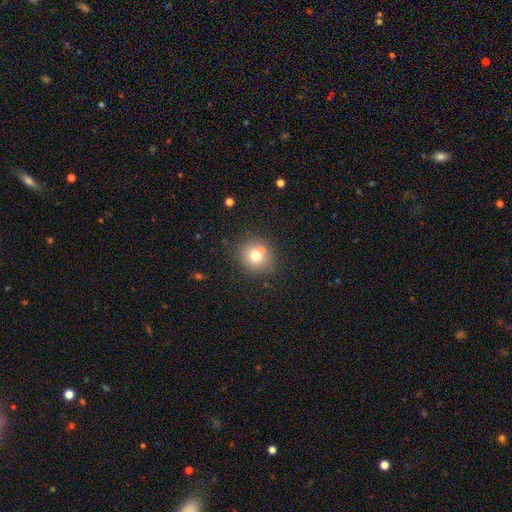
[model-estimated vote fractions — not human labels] This appears to be a smooth galaxy with no disk features (70%) that is round (85%). Merging: none (66%).